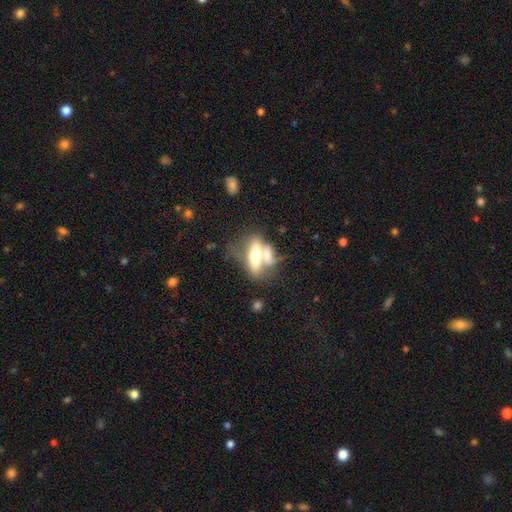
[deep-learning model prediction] Smooth or featured?
  - smooth: 48% *
  - featured or disk: 45%
  - star or artifact: 7%
Merging?
  - merger: 55% *
  - none: 25%
  - minor disturbance: 10%
  - major disturbance: 10%